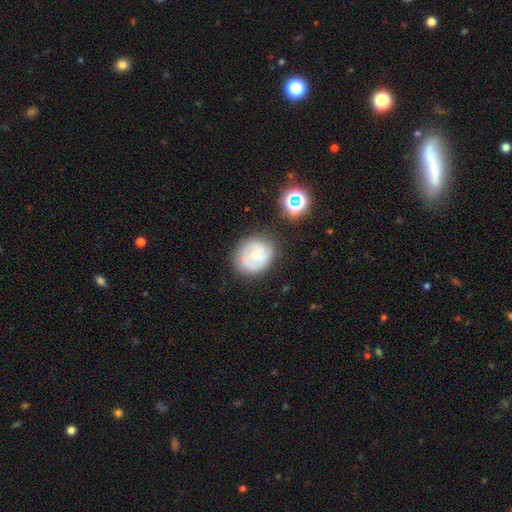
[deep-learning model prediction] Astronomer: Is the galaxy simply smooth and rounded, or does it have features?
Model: featured or disk — 45%, tied with smooth at 45%.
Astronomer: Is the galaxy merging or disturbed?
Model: none — 66%.